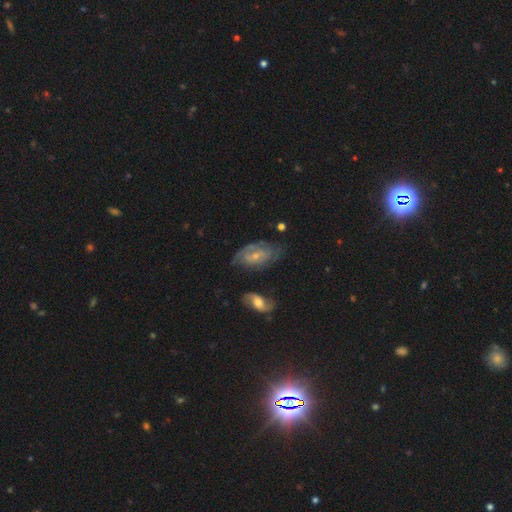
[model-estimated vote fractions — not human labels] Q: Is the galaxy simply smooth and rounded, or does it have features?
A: featured or disk — 67%.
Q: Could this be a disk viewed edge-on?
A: no — 94%.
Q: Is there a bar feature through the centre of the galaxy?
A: no — 56%.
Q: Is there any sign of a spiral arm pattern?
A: yes — 78%.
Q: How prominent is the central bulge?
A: small — 66%.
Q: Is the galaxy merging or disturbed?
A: none — 54%.